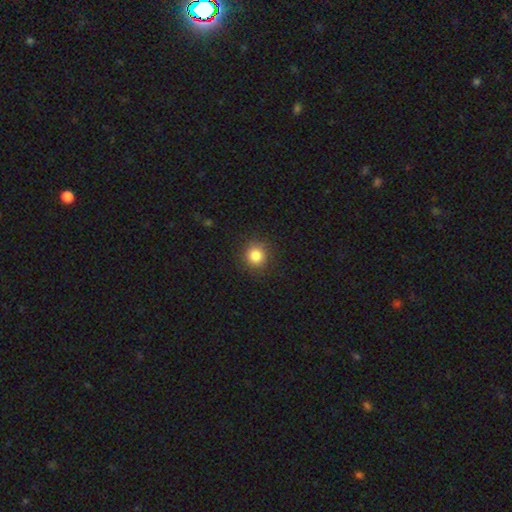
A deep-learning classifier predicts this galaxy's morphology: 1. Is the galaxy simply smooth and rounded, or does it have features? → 84% smooth, 11% star or artifact, 5% featured or disk.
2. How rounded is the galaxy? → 90% round, 9% in between, 1% cigar-shaped.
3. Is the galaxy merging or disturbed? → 88% none, 8% minor disturbance, 3% major disturbance, 1% merger.